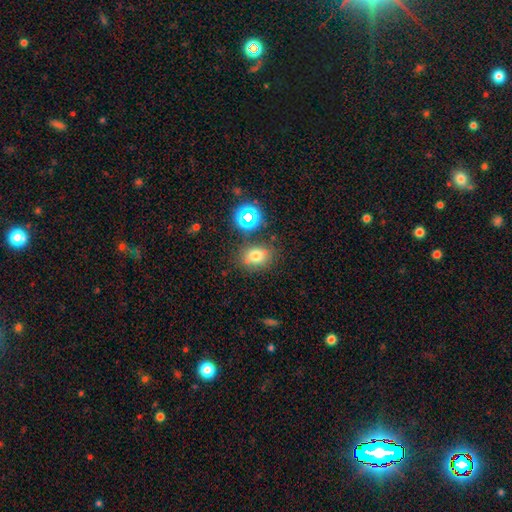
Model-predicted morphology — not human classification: smooth-or-featured: smooth: 70% | star or artifact: 19% | featured or disk: 10%
  how-rounded: in between: 54% | round: 44% | cigar-shaped: 1%
  merging: none: 74% | minor disturbance: 15% | merger: 7% | major disturbance: 5%